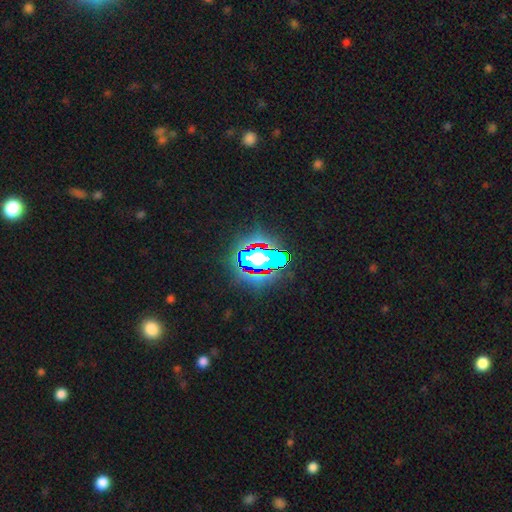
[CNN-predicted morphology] Smooth or featured? Predicted: star or artifact (p=0.79).